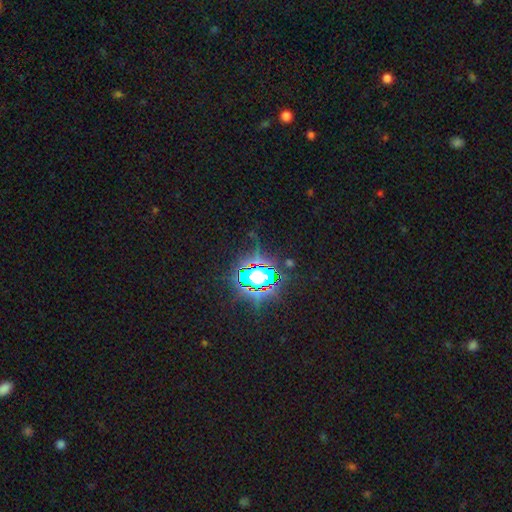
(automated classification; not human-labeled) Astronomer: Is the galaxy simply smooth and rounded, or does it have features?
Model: star or artifact — 81%.